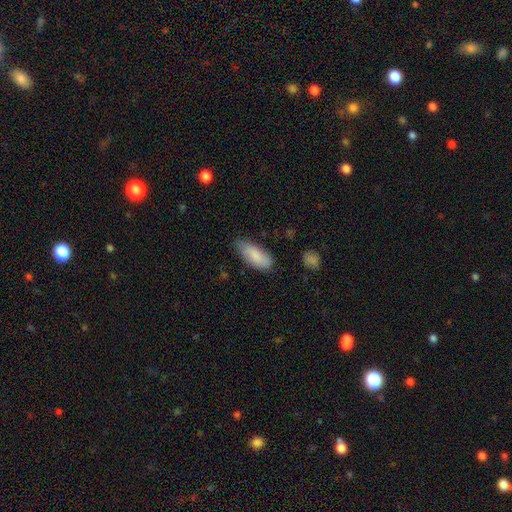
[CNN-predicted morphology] A smooth galaxy with no disk features (85%) that is in between round and cigar-shaped (83%).

Vote fractions:
- Smooth or featured? smooth: 85% / featured or disk: 9% / star or artifact: 6%
- How rounded? in between: 83% / cigar-shaped: 15% / round: 2%
- Merging? none: 65% / minor disturbance: 28% / major disturbance: 5% / merger: 2%